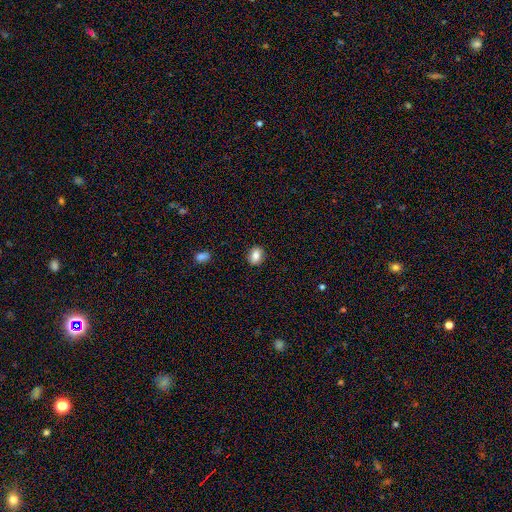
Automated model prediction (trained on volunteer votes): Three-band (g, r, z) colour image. It shows a smooth galaxy with no disk features (84%) that is in between round and cigar-shaped (62%). Merging: none (88%).